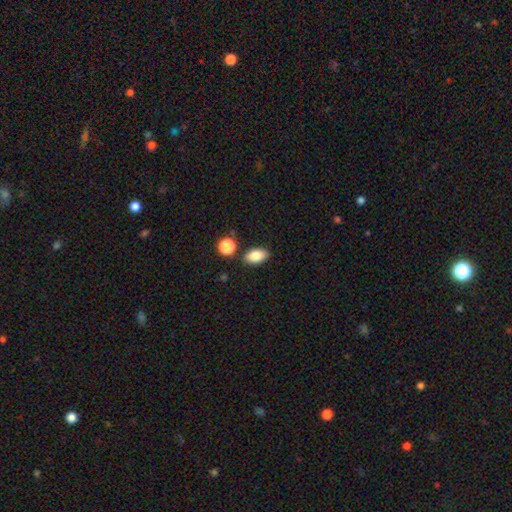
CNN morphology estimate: Smooth or featured? smooth (84%)
How rounded? in between (89%)
Merging? none (82%)